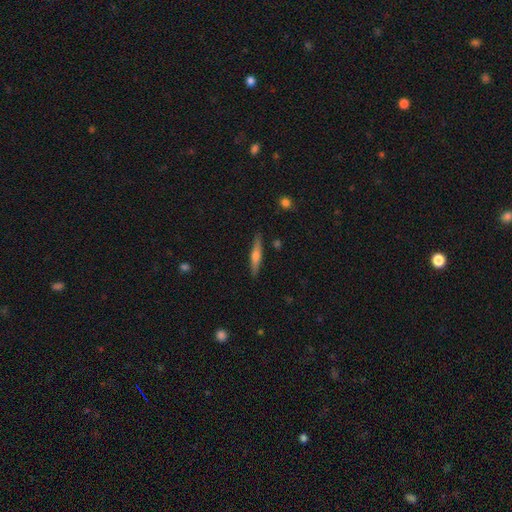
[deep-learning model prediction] Overall: featured or disk (50%; smooth 44%). Merging: none (88%).